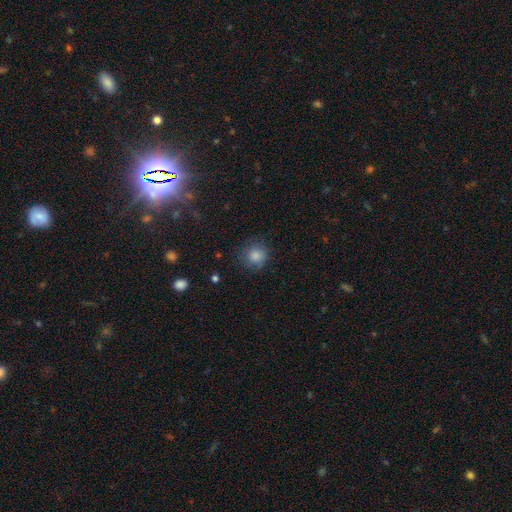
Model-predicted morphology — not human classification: smooth 84%, star or artifact 10%, featured or disk 6%. Down the decision tree: how rounded — round (89%); merging — none (77%).